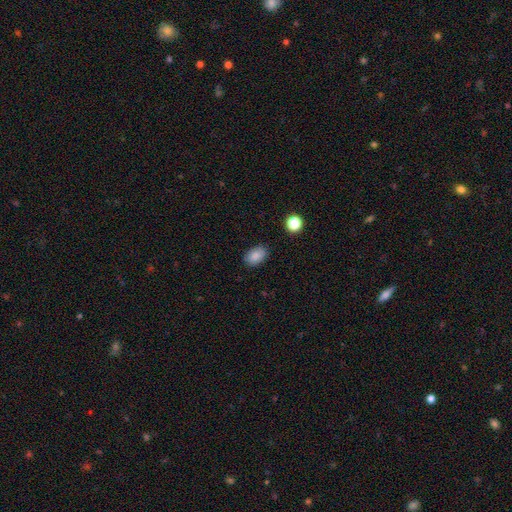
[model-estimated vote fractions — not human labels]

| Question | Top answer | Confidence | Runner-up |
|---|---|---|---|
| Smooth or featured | smooth | 87% | star or artifact (9%) |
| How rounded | in between | 84% | round (15%) |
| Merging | none | 86% | minor disturbance (10%) |